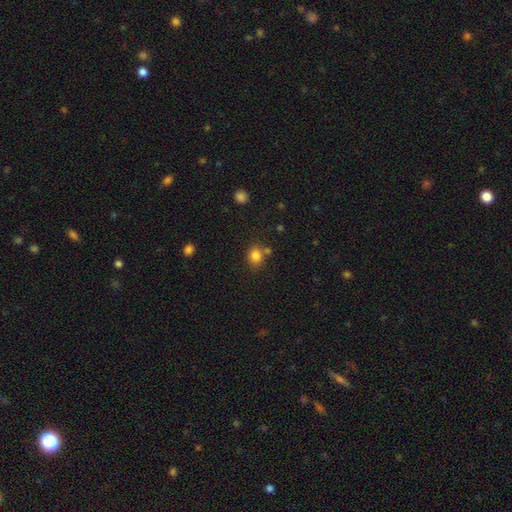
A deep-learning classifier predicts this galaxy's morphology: The model was most divided on "how rounded": round: 59%, in between: 40%, cigar-shaped: 1%. More confident: smooth or featured — smooth (82%); merging — none (69%).